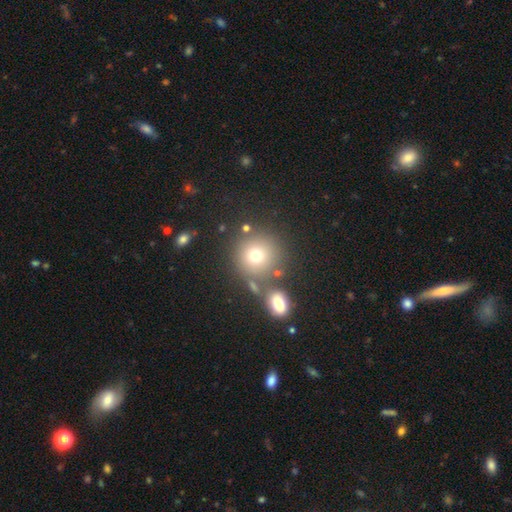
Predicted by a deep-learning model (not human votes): Smooth or featured?
  - smooth: 72% *
  - star or artifact: 15%
  - featured or disk: 13%
How rounded?
  - round: 91% *
  - in between: 8%
  - cigar-shaped: 1%
Merging?
  - none: 69% *
  - merger: 16%
  - minor disturbance: 10%
  - major disturbance: 5%